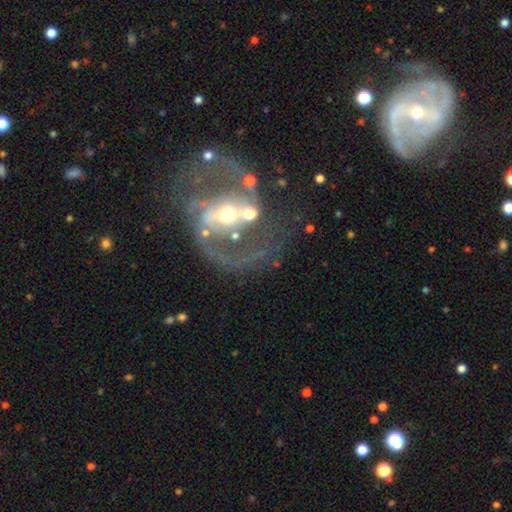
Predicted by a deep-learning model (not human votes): featured or disk 87%, star or artifact 7%, smooth 6%. Down the decision tree: edge-on disk — no (97%); bar — weak (38%); spiral arms — yes (91%); spiral arm count — 2 (87%); spiral winding — medium (50%); bulge size — moderate (47%); merging — none (49%).